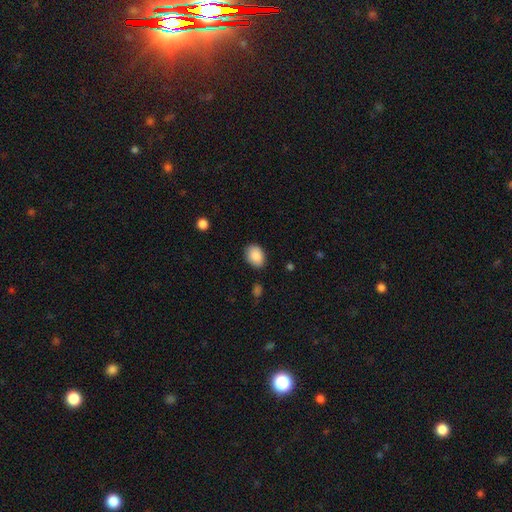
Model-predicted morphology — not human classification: A smooth galaxy with no disk features (87%) that is in between round and cigar-shaped (75%). Merging: none (82%).